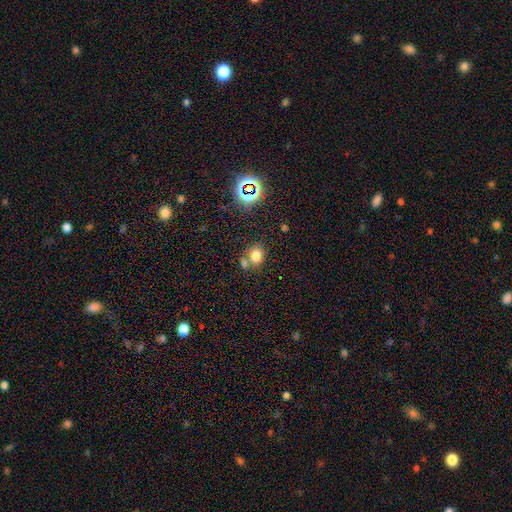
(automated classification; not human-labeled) A smooth galaxy with no disk features (74%) that is in between round and cigar-shaped (51%).

Vote fractions:
- Smooth or featured? smooth: 74% / star or artifact: 17% / featured or disk: 9%
- How rounded? in between: 51% / round: 48% / cigar-shaped: 1%
- Merging? none: 58% / merger: 27% / minor disturbance: 11% / major disturbance: 4%